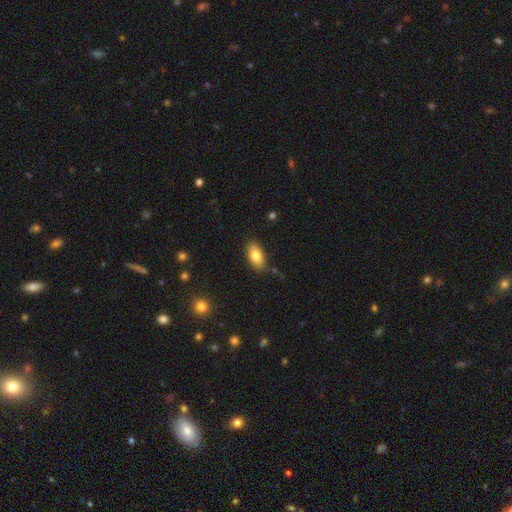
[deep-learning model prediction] Smooth or featured? Predicted: smooth (p=0.80). How rounded? Predicted: in between (p=0.90). Merging? Predicted: none (p=0.84).